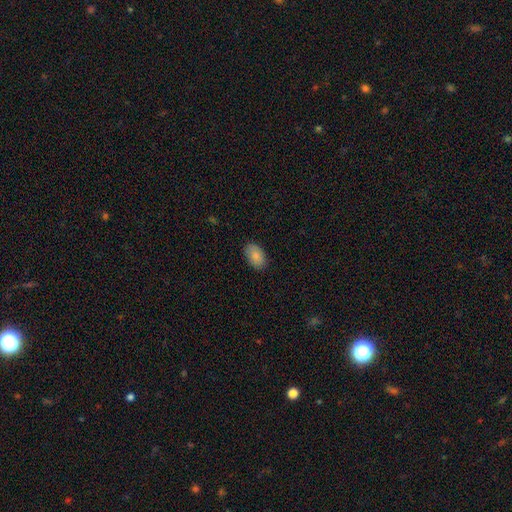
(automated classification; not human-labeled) Smooth or featured: smooth — 87% (star or artifact — 7%)
How rounded: in between — 92% (round — 7%)
Merging: none — 87% (minor disturbance — 10%)